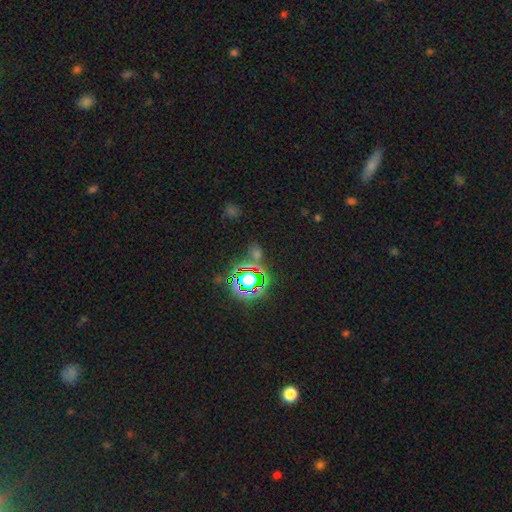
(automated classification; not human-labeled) A star or artifact, not a galaxy (74%).